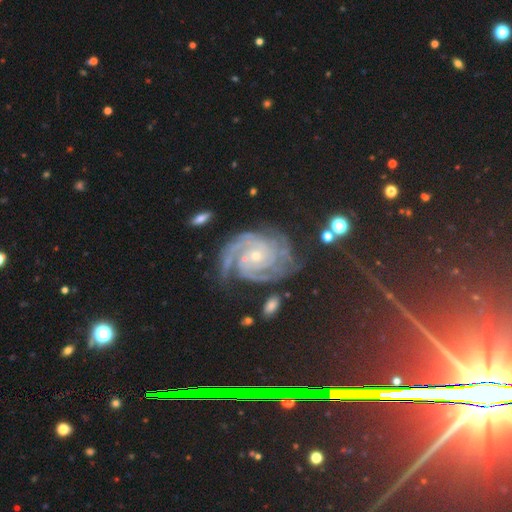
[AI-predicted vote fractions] Smooth or featured?
  - featured or disk: 90% *
  - star or artifact: 6%
  - smooth: 4%
Edge-on disk?
  - no: 98% *
  - yes: 2%
Bar?
  - no: 75% *
  - weak: 18%
  - strong: 6%
Spiral arms?
  - yes: 98% *
  - no: 2%
Spiral winding?
  - tight: 74% *
  - medium: 22%
  - loose: 4%
Spiral arm count?
  - 3: 28% *
  - 2: 22%
  - can't tell: 18%
  - 4: 16%
  - more than 4: 9%
  - 1: 8%
Bulge size?
  - small: 77% *
  - moderate: 20%
  - none: 1%
  - large: 1%
  - dominant: 1%
Merging?
  - none: 63% *
  - minor disturbance: 22%
  - major disturbance: 12%
  - merger: 4%